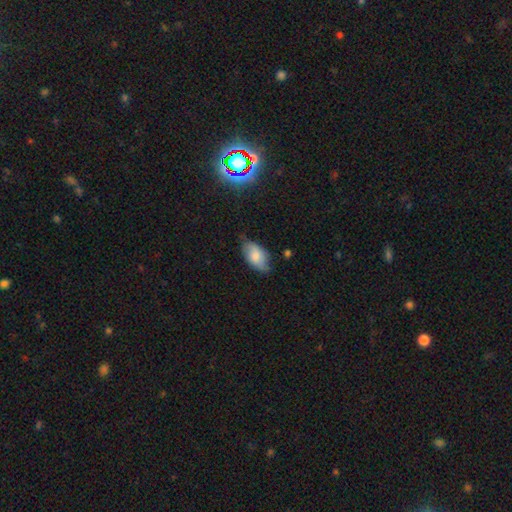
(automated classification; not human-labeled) Overall: smooth (71%). How rounded: in between (93%). Merging: none (61%; minor disturbance 32%).